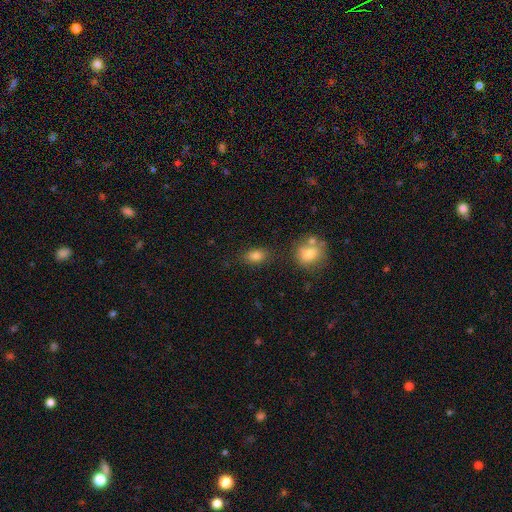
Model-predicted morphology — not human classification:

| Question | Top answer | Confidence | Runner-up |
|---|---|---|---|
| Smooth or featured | smooth | 82% | star or artifact (11%) |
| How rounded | in between | 81% | round (17%) |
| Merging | none | 78% | minor disturbance (12%) |